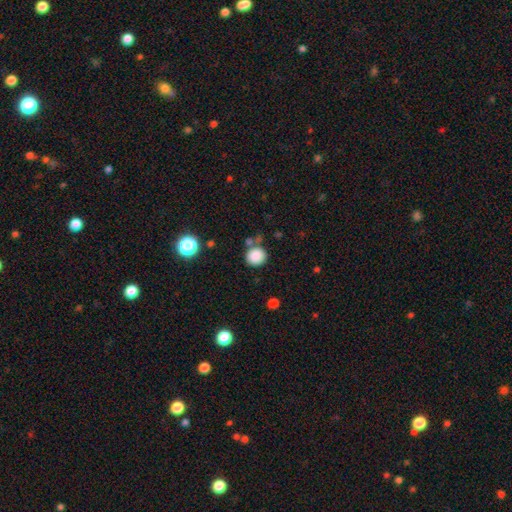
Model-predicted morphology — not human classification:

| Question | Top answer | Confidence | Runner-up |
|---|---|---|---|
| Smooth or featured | smooth | 86% | star or artifact (10%) |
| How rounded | round | 90% | in between (9%) |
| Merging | none | 73% | minor disturbance (12%) |